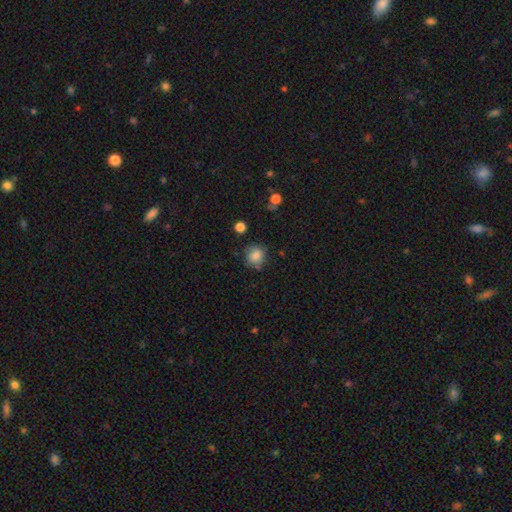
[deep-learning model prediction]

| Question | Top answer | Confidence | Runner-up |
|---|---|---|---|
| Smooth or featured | smooth | 81% | star or artifact (10%) |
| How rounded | round | 81% | in between (18%) |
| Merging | none | 71% | minor disturbance (20%) |